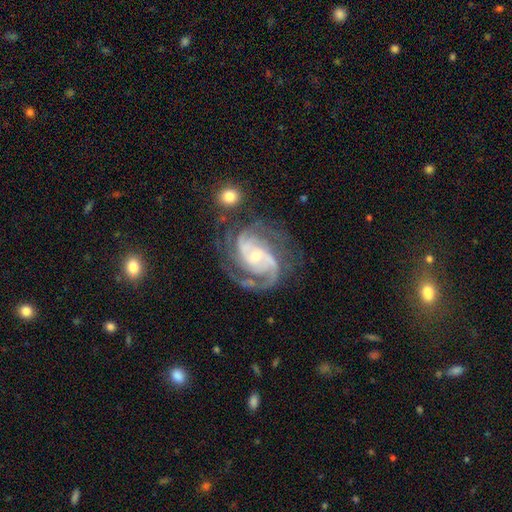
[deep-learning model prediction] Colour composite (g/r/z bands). It shows a featured or disk galaxy (92%) with no bar (53%), 2 (36%) tight (46%) spiral arms (98%) and a small central bulge (60%). Merging: none (66%).